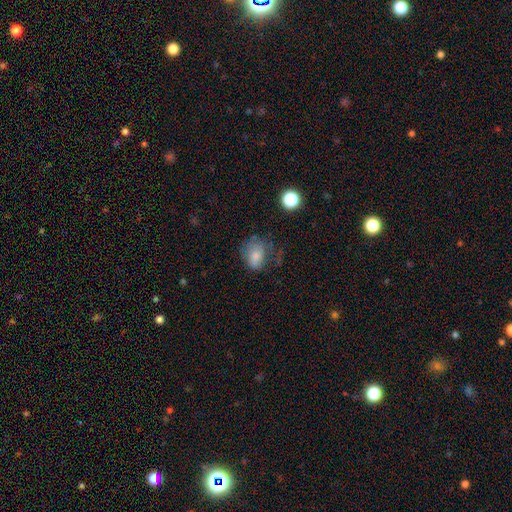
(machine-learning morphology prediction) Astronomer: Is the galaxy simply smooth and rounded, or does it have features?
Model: smooth — 75%.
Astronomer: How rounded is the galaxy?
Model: in between — 59% (runner-up: round, 40%).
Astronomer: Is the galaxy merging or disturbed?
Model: none — 46% (runner-up: minor disturbance, 29%).